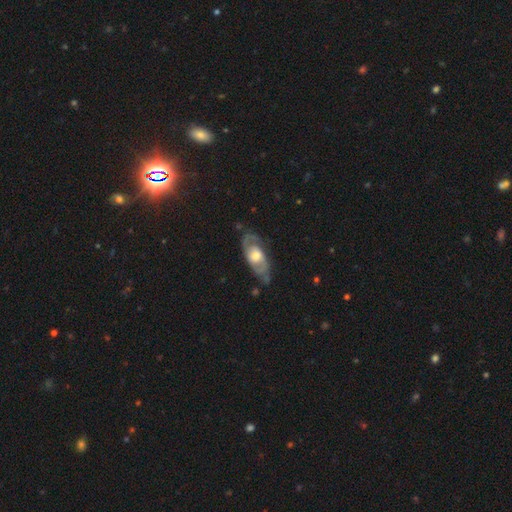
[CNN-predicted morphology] The model was most divided on "spiral winding": medium: 46%, tight: 33%, loose: 20%. More confident: edge-on disk — no (90%); spiral arms — yes (85%); spiral arm count — 2 (81%); smooth or featured — featured or disk (77%); merging — none (71%); bar — no (65%); bulge size — moderate (64%).